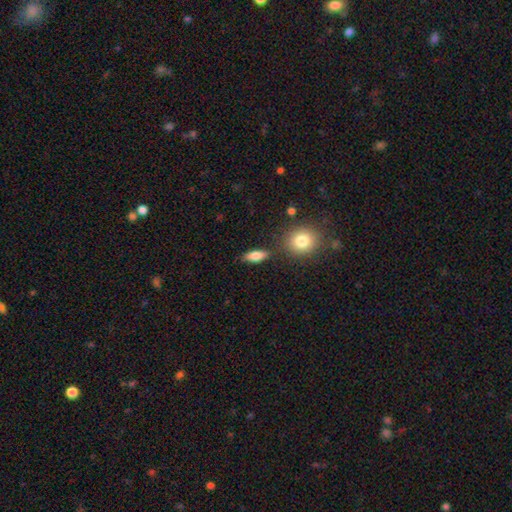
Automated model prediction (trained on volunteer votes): Smooth or featured? smooth (80%)
How rounded? in between (76%)
Merging? none (79%)